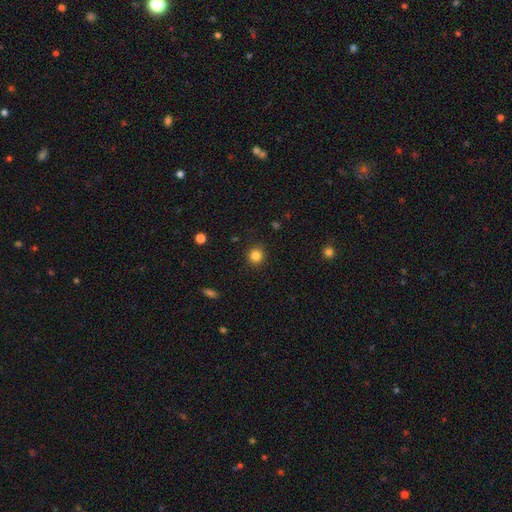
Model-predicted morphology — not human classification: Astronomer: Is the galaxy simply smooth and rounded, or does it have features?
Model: smooth — 84%.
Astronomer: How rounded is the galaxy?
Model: round — 92%.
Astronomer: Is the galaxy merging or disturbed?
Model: none — 91%.